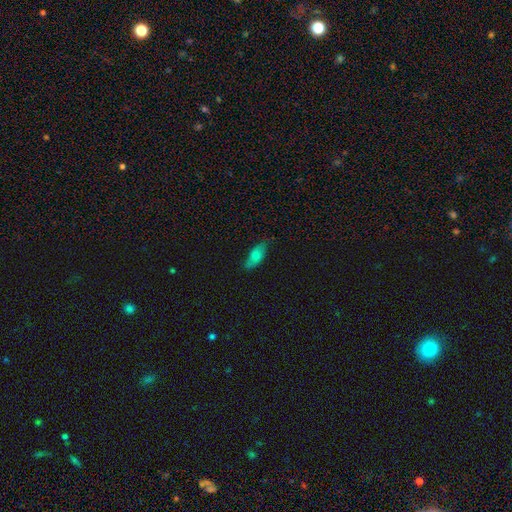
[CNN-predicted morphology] type=smooth (71%); roundness=in between (82%); merging=none (71%).